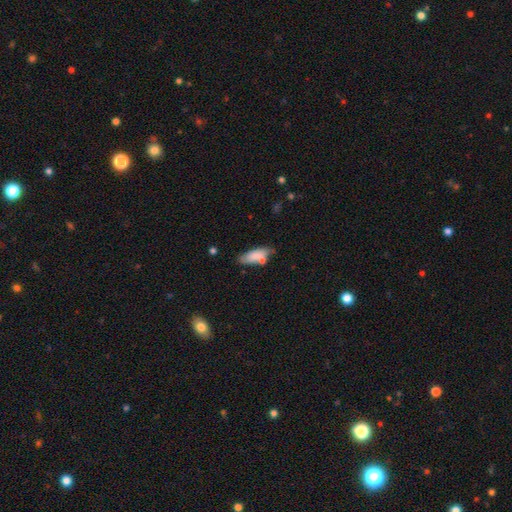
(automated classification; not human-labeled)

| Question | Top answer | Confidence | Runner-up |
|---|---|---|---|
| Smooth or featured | smooth | 80% | featured or disk (14%) |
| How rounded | in between | 68% | cigar-shaped (30%) |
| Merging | none | 61% | minor disturbance (21%) |